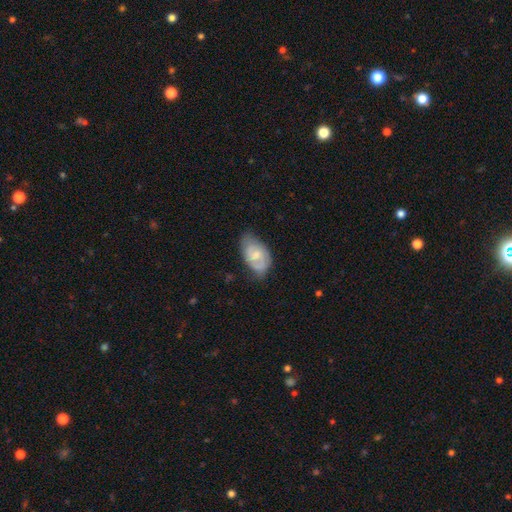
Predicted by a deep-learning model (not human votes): Overall: smooth (47%, tied with featured or disk). Merging: none (52%; minor disturbance 36%).